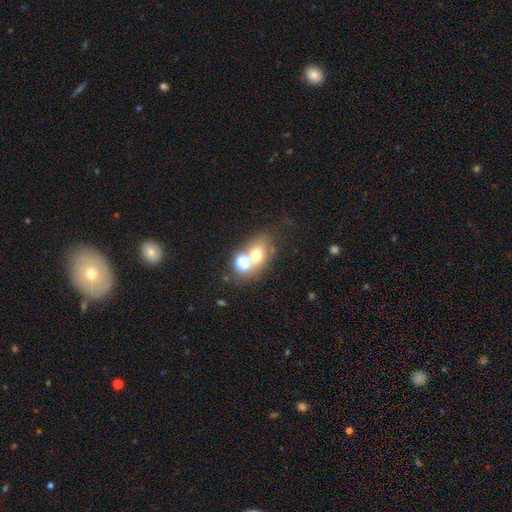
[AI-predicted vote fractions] smooth_or_featured: smooth (p=0.58) [alt: star or artifact p=0.23]
how_rounded: in between (p=0.51) [alt: round p=0.48]
merging: none (p=0.45) [alt: merger p=0.35]